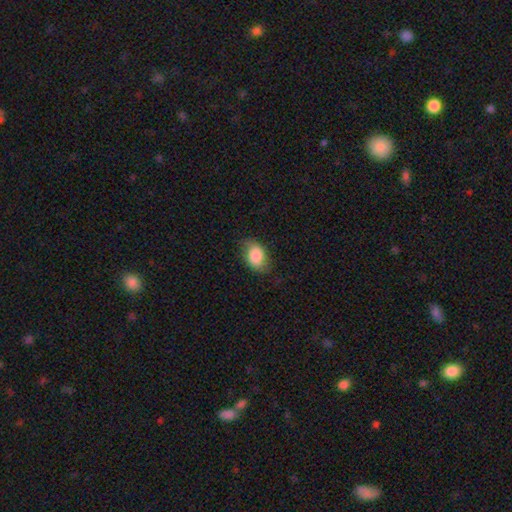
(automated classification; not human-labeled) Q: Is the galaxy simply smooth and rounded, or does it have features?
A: smooth — 82%.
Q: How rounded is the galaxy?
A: in between — 83%.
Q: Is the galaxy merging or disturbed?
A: none — 70%.